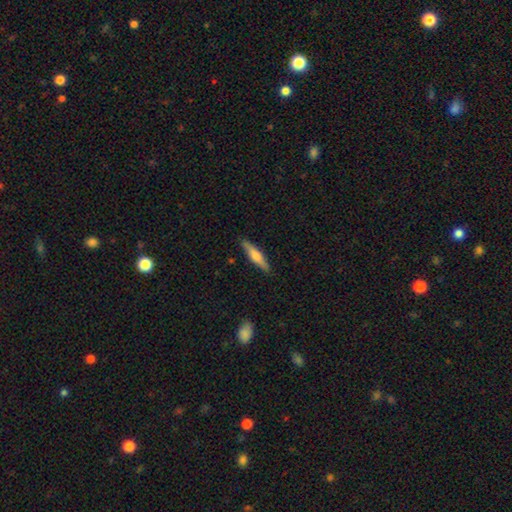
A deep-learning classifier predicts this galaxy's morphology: Q: Smooth or featured?
A: smooth (55%); runner-up: featured or disk (40%)
Q: How rounded?
A: cigar-shaped (83%); runner-up: in between (15%)
Q: Merging?
A: none (89%); runner-up: minor disturbance (8%)